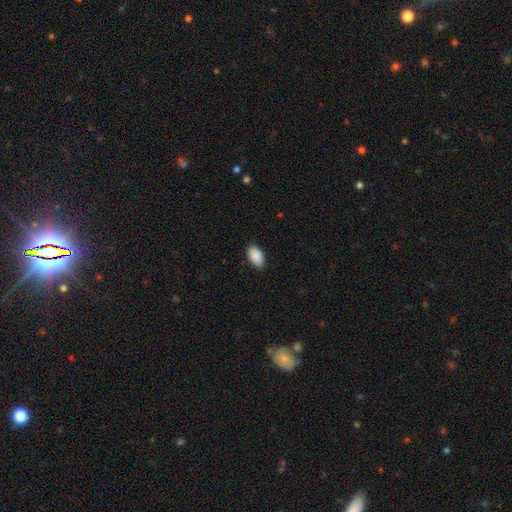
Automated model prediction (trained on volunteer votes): This appears to be a smooth galaxy with no disk features (91%) that is in between round and cigar-shaped (94%). Merging: none (85%).